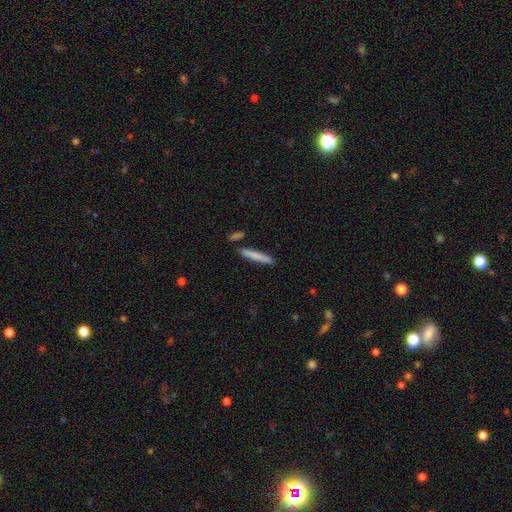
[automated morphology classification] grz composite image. It shows a smooth galaxy with no disk features (76%) that is cigar-shaped (95%). Merging: none (85%).